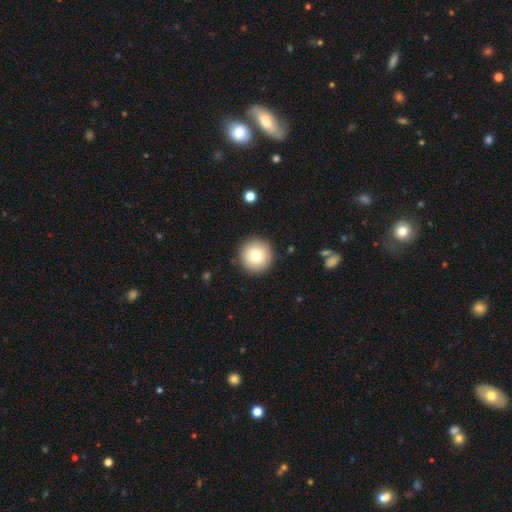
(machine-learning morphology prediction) smooth_or_featured: smooth (p=0.79) [alt: featured or disk p=0.12]
how_rounded: round (p=0.96) [alt: in between p=0.03]
merging: none (p=0.90) [alt: minor disturbance p=0.07]